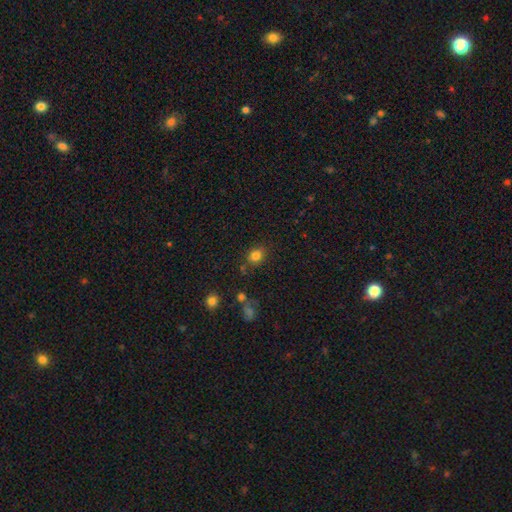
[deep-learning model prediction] smooth_or_featured: smooth (p=0.81) [alt: star or artifact p=0.13]
how_rounded: round (p=0.66) [alt: in between p=0.33]
merging: none (p=0.78) [alt: minor disturbance p=0.13]